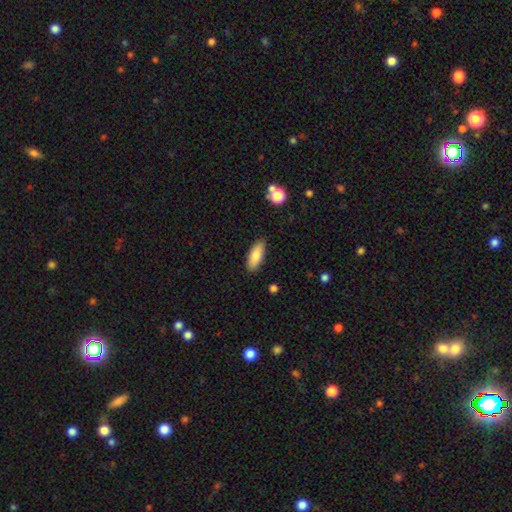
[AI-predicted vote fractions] Smooth or featured?
  - smooth: 84% *
  - featured or disk: 9%
  - star or artifact: 7%
How rounded?
  - in between: 75% *
  - cigar-shaped: 23%
  - round: 2%
Merging?
  - none: 87% *
  - minor disturbance: 10%
  - major disturbance: 2%
  - merger: 1%